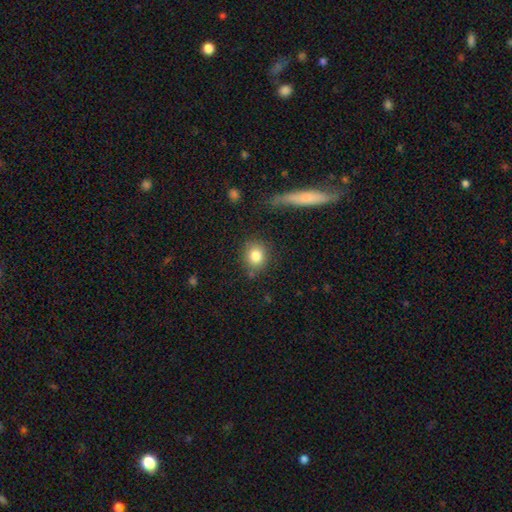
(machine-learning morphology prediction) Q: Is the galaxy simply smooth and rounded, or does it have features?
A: smooth — 82%.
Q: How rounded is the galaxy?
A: round — 79%.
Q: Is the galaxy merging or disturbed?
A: none — 81%.